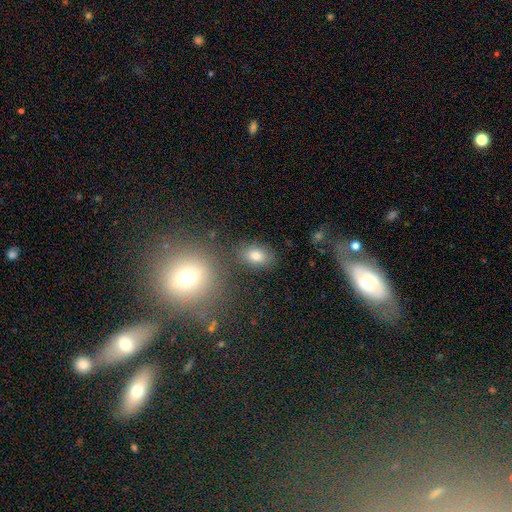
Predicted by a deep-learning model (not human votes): Smooth or featured: smooth — 79% (star or artifact — 12%)
How rounded: in between — 81% (round — 18%)
Merging: none — 77% (minor disturbance — 12%)